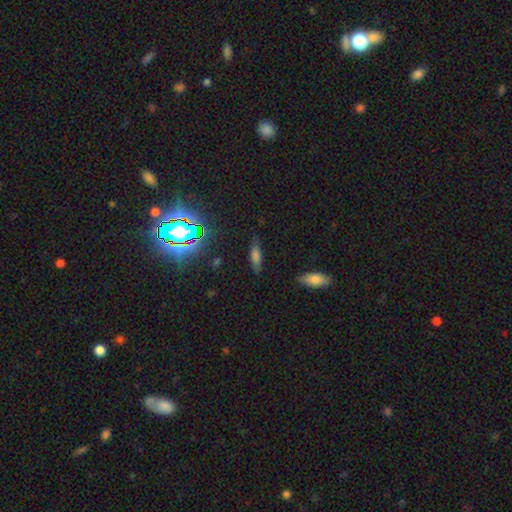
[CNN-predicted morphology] Smooth or featured?
  - smooth: 61% *
  - featured or disk: 20%
  - star or artifact: 19%
How rounded?
  - cigar-shaped: 52% *
  - in between: 44%
  - round: 4%
Merging?
  - none: 79% *
  - minor disturbance: 15%
  - major disturbance: 4%
  - merger: 2%